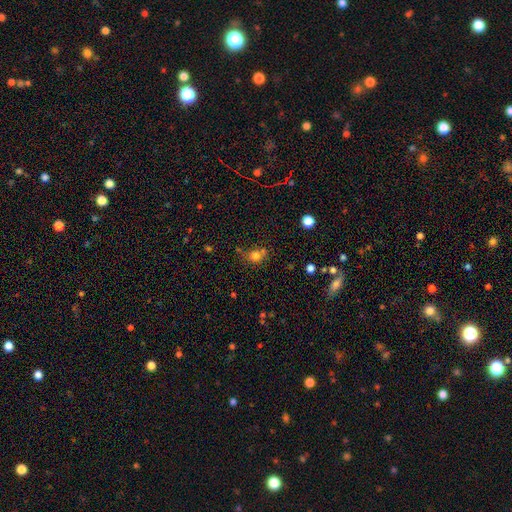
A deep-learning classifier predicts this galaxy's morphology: A smooth galaxy with no disk features (76%) that is round (67%).

Vote fractions:
- Smooth or featured? smooth: 76% / star or artifact: 15% / featured or disk: 9%
- How rounded? round: 67% / in between: 32% / cigar-shaped: 1%
- Merging? none: 57% / minor disturbance: 19% / merger: 17% / major disturbance: 7%